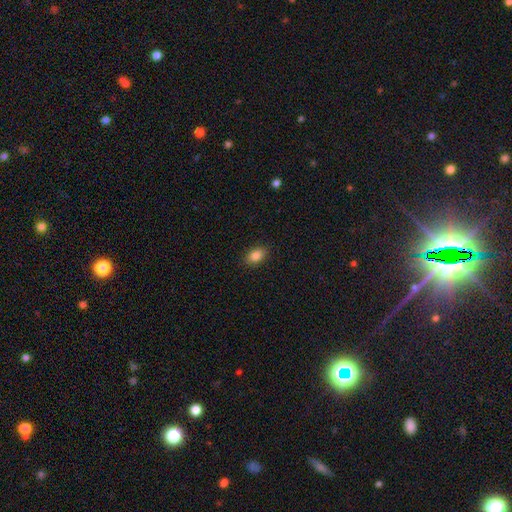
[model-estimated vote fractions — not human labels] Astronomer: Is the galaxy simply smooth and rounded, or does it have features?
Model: smooth — 85%.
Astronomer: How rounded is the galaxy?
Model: in between — 86%.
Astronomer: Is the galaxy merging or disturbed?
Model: none — 89%.